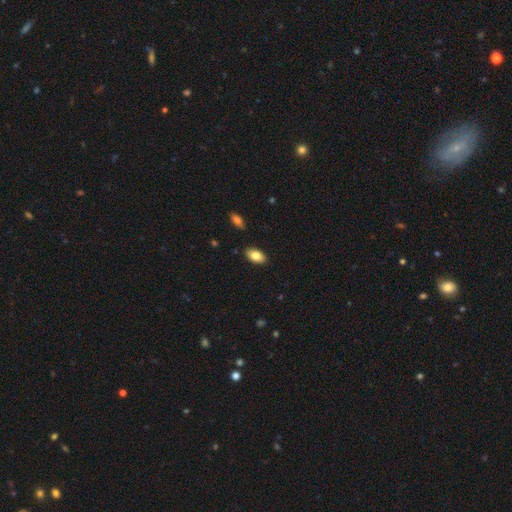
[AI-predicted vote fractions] Smooth or featured? smooth (83%)
How rounded? in between (93%)
Merging? none (88%)